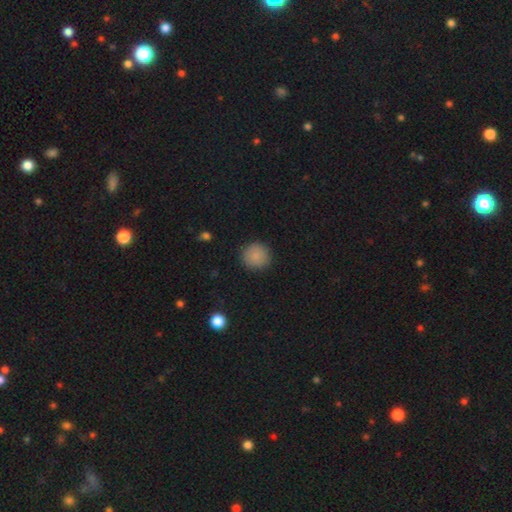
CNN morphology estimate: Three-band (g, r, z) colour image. It shows a smooth galaxy with no disk features (87%) that is round (94%). Merging: none (90%).